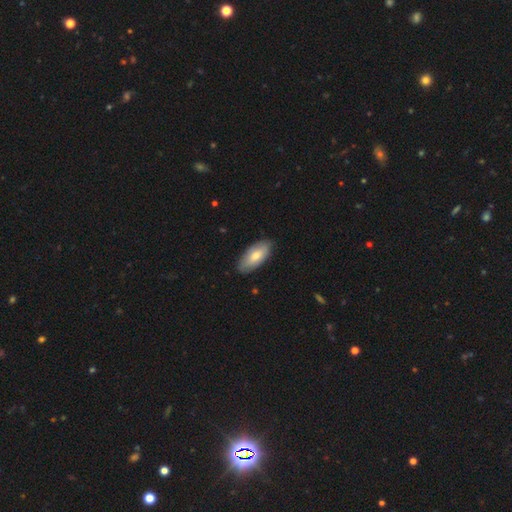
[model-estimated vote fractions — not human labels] Smooth or featured? Predicted: smooth (p=0.75). How rounded? Predicted: in between (p=0.90). Merging? Predicted: none (p=0.84).